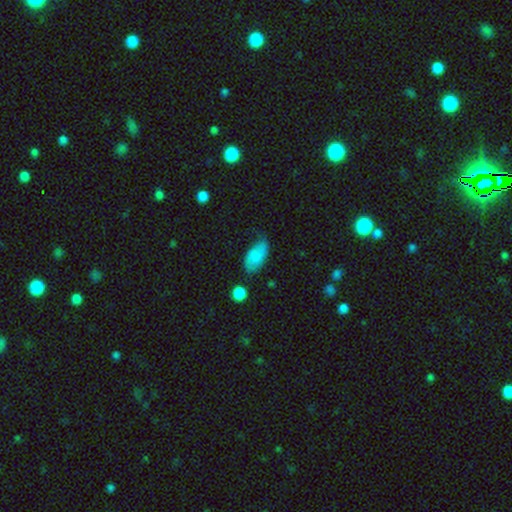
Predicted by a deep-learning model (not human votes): smooth-or-featured: smooth: 70% | featured or disk: 22% | star or artifact: 8%
  how-rounded: in between: 93% | cigar-shaped: 4% | round: 3%
  merging: none: 54% | minor disturbance: 32% | major disturbance: 10% | merger: 4%